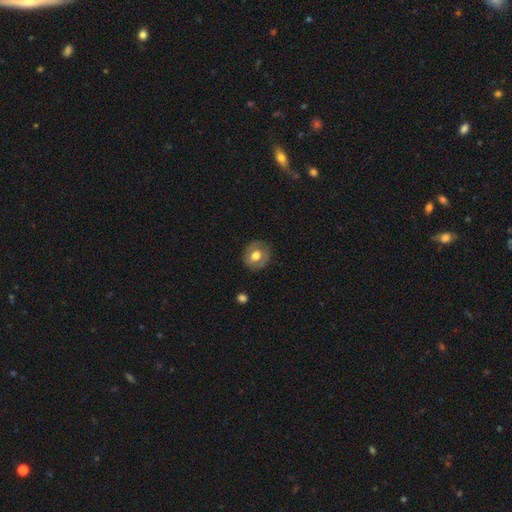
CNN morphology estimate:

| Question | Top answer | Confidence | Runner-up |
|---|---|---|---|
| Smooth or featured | smooth | 55% | featured or disk (37%) |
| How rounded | round | 76% | in between (23%) |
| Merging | none | 83% | minor disturbance (12%) |